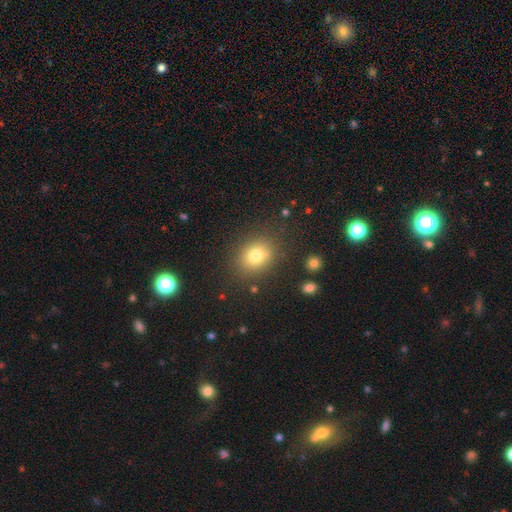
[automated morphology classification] The model was most divided on "how rounded": round: 59%, in between: 40%, cigar-shaped: 1%. More confident: merging — none (81%); smooth or featured — smooth (76%).